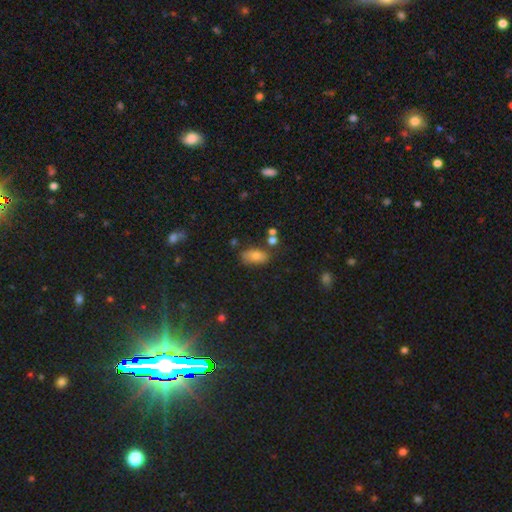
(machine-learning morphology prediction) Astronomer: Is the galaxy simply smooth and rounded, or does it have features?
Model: smooth — 79%.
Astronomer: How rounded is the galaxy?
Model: in between — 89%.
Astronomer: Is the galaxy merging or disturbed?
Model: none — 67%.